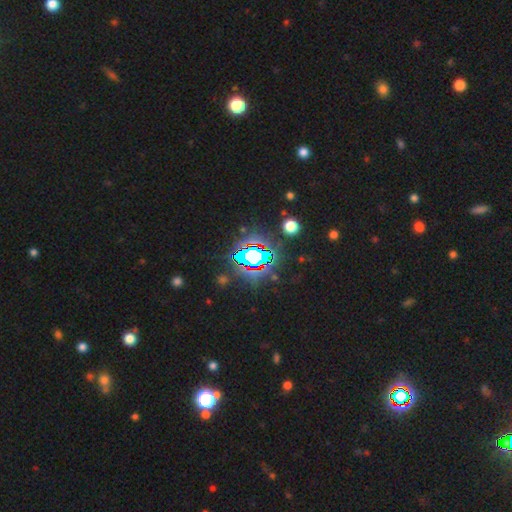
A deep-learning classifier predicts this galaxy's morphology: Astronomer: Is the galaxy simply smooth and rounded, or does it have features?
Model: star or artifact — 72%.